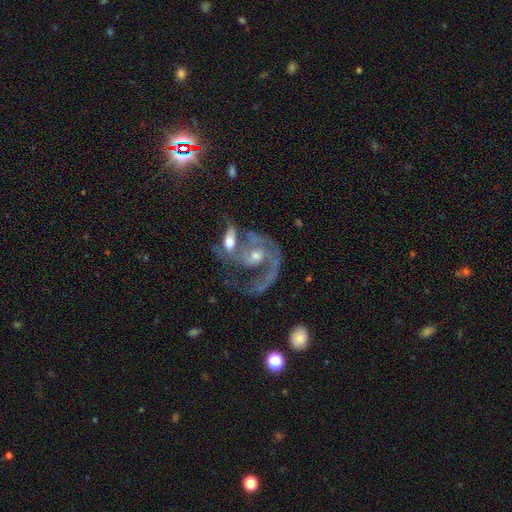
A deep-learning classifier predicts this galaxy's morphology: smooth_or_featured: featured or disk (p=0.82) [alt: star or artifact p=0.09]
disk_edge_on: no (p=0.97) [alt: yes p=0.03]
bar: no (p=0.54) [alt: weak p=0.33]
has_spiral_arms: yes (p=0.87) [alt: no p=0.13]
spiral_winding: medium (p=0.45) [alt: loose p=0.31]
spiral_arm_count: 2 (p=0.47) [alt: 1 p=0.36]
bulge_size: moderate (p=0.55) [alt: small p=0.34]
merging: merger (p=0.56) [alt: none p=0.19]